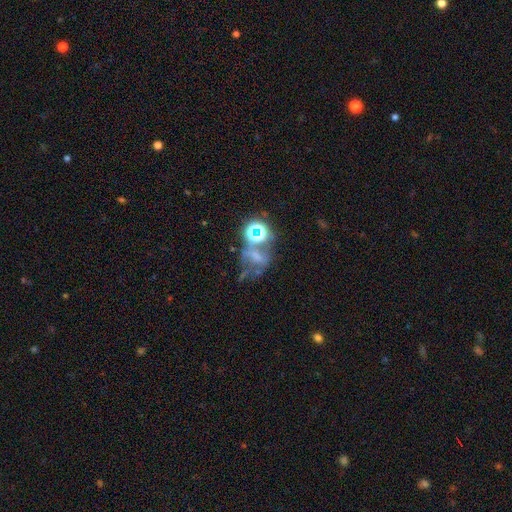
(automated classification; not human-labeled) Smooth or featured: star or artifact — 38% (smooth — 32%)